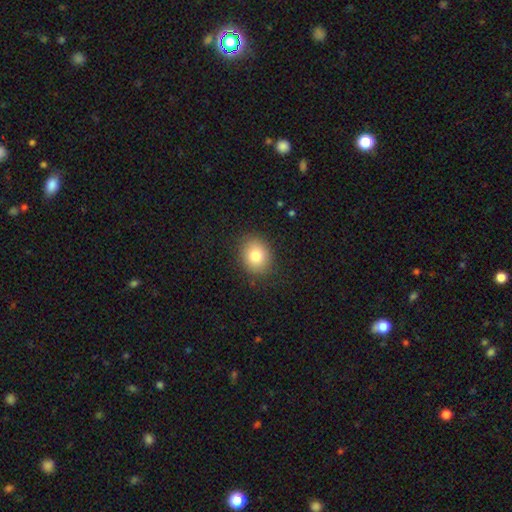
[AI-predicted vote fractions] This is clearly a smooth galaxy (80%). How rounded: possibly round (57%). Merging: clearly none (86%).